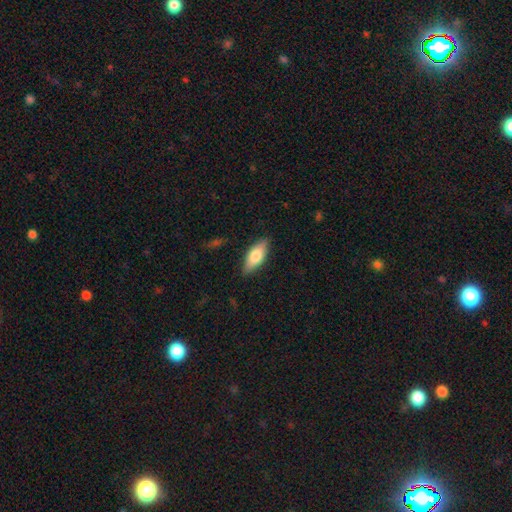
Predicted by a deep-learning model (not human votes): Smooth or featured?
  - smooth: 73% *
  - featured or disk: 21%
  - star or artifact: 6%
How rounded?
  - in between: 78% *
  - cigar-shaped: 20%
  - round: 2%
Merging?
  - none: 85% *
  - minor disturbance: 12%
  - major disturbance: 2%
  - merger: 1%